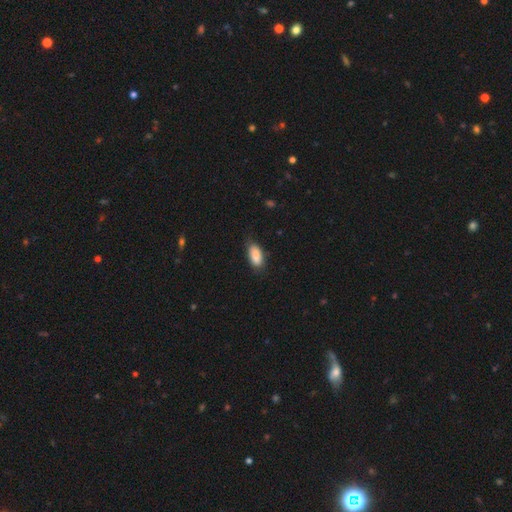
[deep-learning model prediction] Morphology: type=smooth (88%); roundness=in between (89%); merging=none (73%).